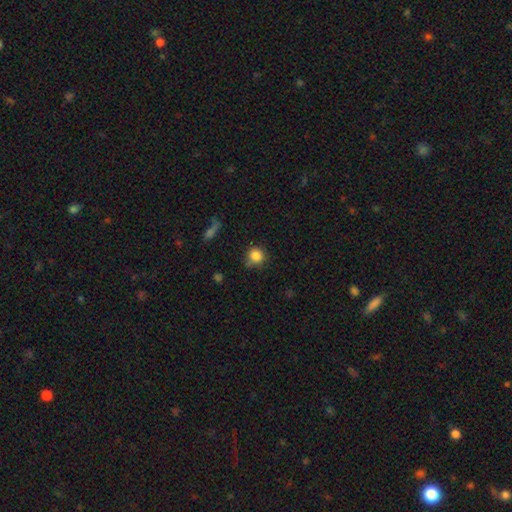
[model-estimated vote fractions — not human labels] Smooth or featured?
  - smooth: 85% *
  - star or artifact: 10%
  - featured or disk: 6%
How rounded?
  - round: 91% *
  - in between: 8%
  - cigar-shaped: 1%
Merging?
  - none: 75% *
  - minor disturbance: 17%
  - major disturbance: 4%
  - merger: 4%